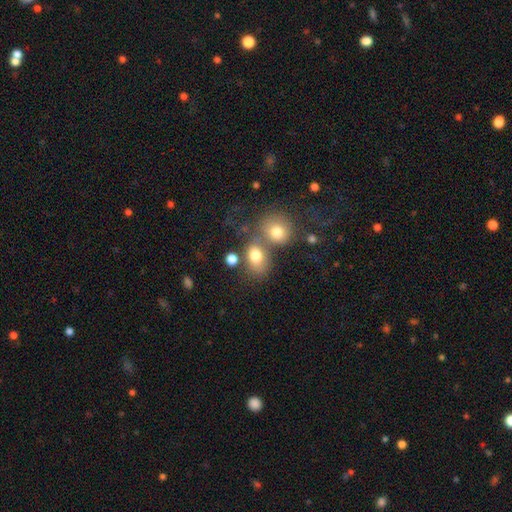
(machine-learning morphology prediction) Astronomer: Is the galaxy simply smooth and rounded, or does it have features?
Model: smooth — 76%.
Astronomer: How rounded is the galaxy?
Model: in between — 58% (runner-up: round, 41%).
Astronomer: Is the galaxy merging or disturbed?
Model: none — 45% (runner-up: merger, 36%).